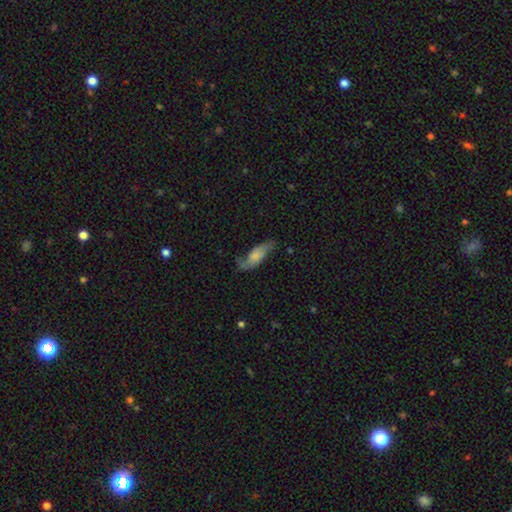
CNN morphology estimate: This is possibly a featured or disk galaxy (54%). It is clearly not viewed edge-on (86%). Merging: possibly none (59%).